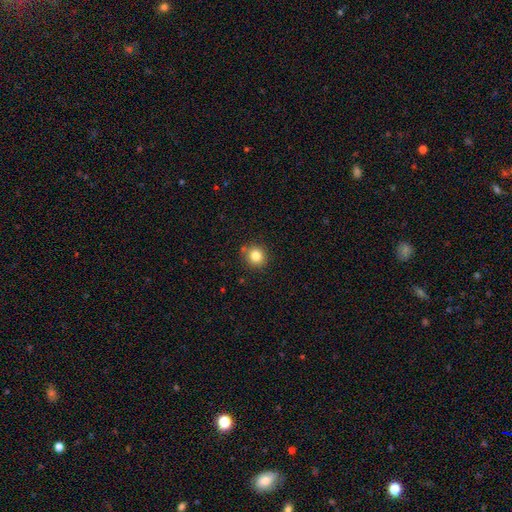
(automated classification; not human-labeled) smooth-or-featured: smooth: 83% | star or artifact: 11% | featured or disk: 6%
  how-rounded: round: 90% | in between: 9% | cigar-shaped: 1%
  merging: none: 84% | minor disturbance: 9% | merger: 4% | major disturbance: 2%